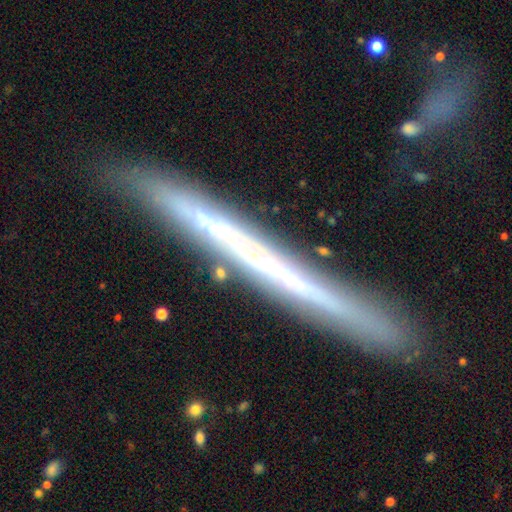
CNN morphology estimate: Smooth or featured? featured or disk (64%)
Edge-on disk? yes (94%)
Edge-on bulge? none (91%)
Merging? none (86%)